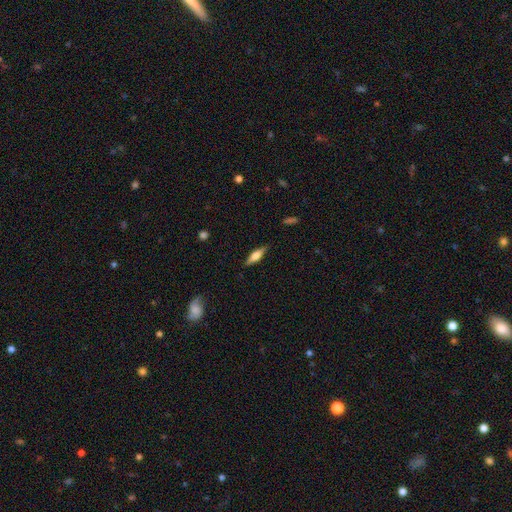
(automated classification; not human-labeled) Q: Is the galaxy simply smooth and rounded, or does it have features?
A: smooth — 51%.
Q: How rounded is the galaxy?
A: cigar-shaped — 55%.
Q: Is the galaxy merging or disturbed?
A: none — 85%.